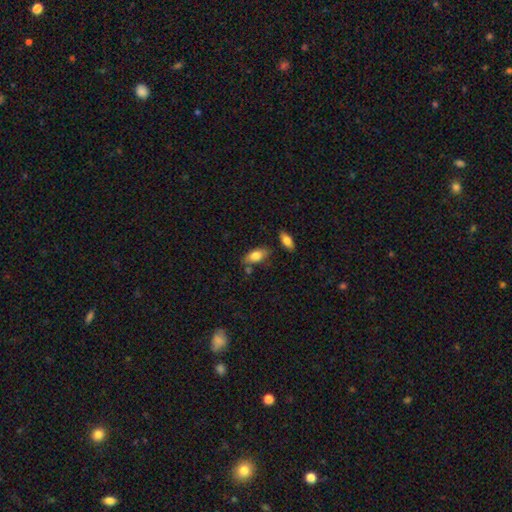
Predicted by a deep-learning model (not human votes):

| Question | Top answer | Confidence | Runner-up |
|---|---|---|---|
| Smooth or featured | smooth | 79% | featured or disk (14%) |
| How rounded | in between | 89% | cigar-shaped (7%) |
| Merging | none | 70% | minor disturbance (18%) |